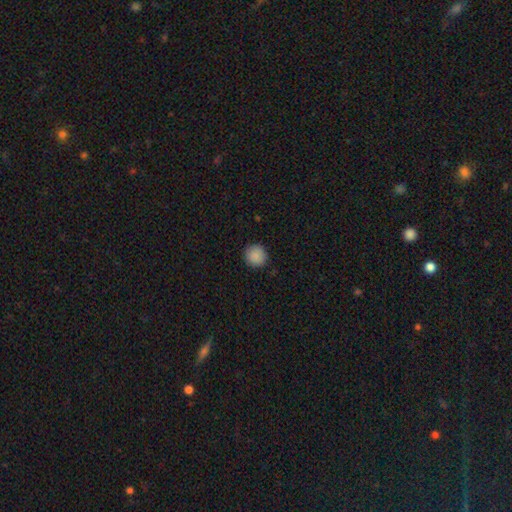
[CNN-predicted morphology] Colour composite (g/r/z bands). It shows a smooth galaxy with no disk features (88%) that is round (92%). Merging: none (89%).